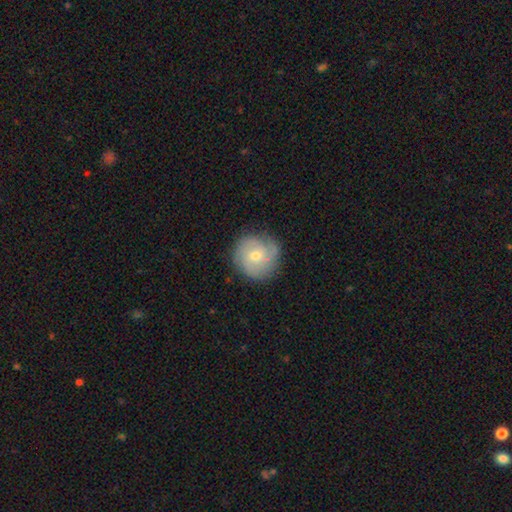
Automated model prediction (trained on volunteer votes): A featured or disk galaxy (66%) with no bar (69%), 3 (38%) tight (53%) spiral arms (92%) and a small central bulge (51%).

Vote fractions:
- Smooth or featured? featured or disk: 66% / smooth: 26% / star or artifact: 8%
- Edge-on disk? no: 98% / yes: 2%
- Bar? no: 69% / weak: 27% / strong: 4%
- Spiral arms? yes: 92% / no: 8%
- Spiral winding? tight: 53% / medium: 36% / loose: 11%
- Spiral arm count? 3: 38% / can't tell: 24% / 2: 16% / 4: 12% / 1: 5% / more than 4: 5%
- Bulge size? small: 51% / moderate: 45% / large: 1% / none: 1% / dominant: 1%
- Merging? none: 82% / minor disturbance: 13% / major disturbance: 4% / merger: 1%